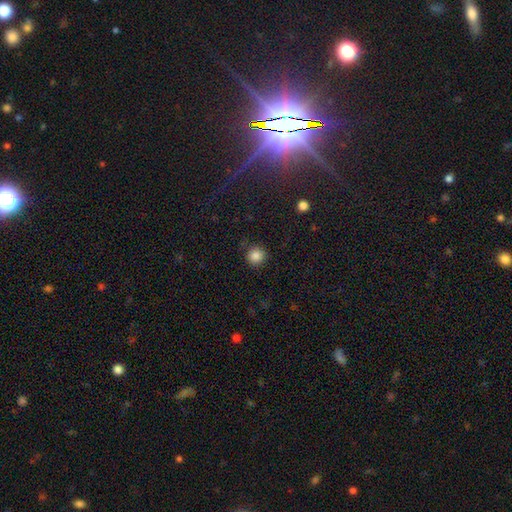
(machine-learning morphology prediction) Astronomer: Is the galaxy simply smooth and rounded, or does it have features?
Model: smooth — 86%.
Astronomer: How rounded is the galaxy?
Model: round — 93%.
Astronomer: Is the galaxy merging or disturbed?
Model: none — 89%.